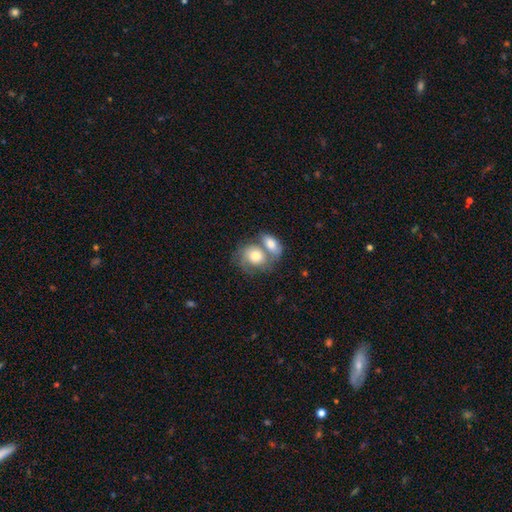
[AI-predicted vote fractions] smooth 63%, featured or disk 31%, star or artifact 6%. Down the decision tree: how rounded — in between (52%); merging — merger (62%).